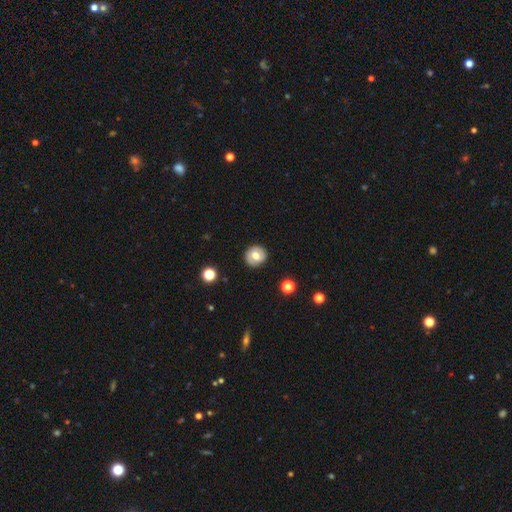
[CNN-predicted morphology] A smooth galaxy with no disk features (65%) that is round (91%).

Vote fractions:
- Smooth or featured? smooth: 65% / featured or disk: 26% / star or artifact: 9%
- How rounded? round: 91% / in between: 8% / cigar-shaped: 1%
- Merging? none: 89% / minor disturbance: 7% / major disturbance: 2% / merger: 1%